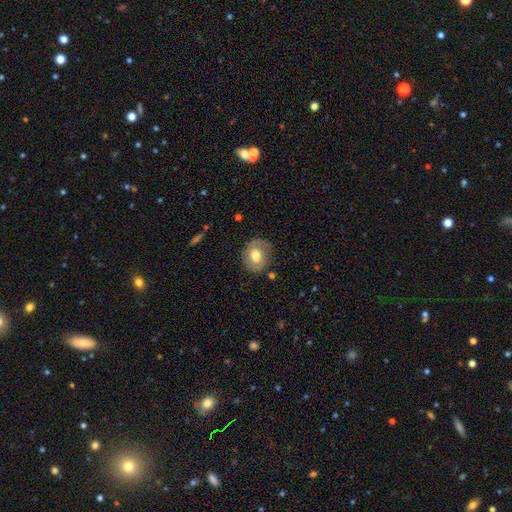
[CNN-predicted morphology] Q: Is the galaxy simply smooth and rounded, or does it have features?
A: smooth — 66%.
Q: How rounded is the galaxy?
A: round — 61%.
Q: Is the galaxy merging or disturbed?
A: none — 75%.